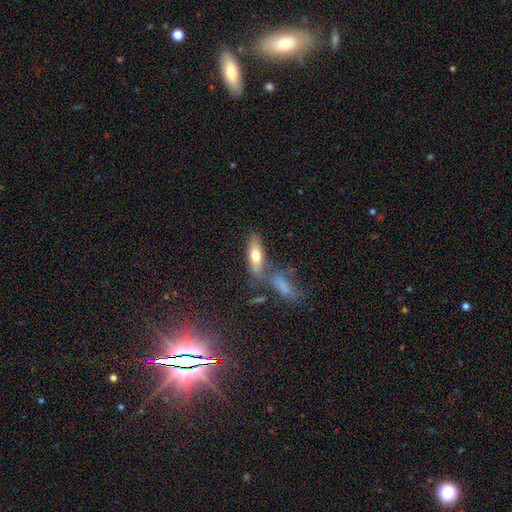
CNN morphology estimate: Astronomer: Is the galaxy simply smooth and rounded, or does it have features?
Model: smooth — 66%.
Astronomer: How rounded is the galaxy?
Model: in between — 62%.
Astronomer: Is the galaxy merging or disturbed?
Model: none — 49% (runner-up: merger, 29%).